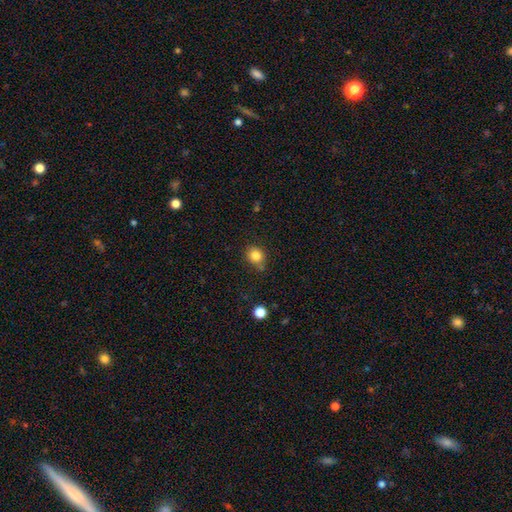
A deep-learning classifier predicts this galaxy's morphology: Smooth or featured? Predicted: smooth (p=0.83). How rounded? Predicted: round (p=0.78). Merging? Predicted: none (p=0.71).